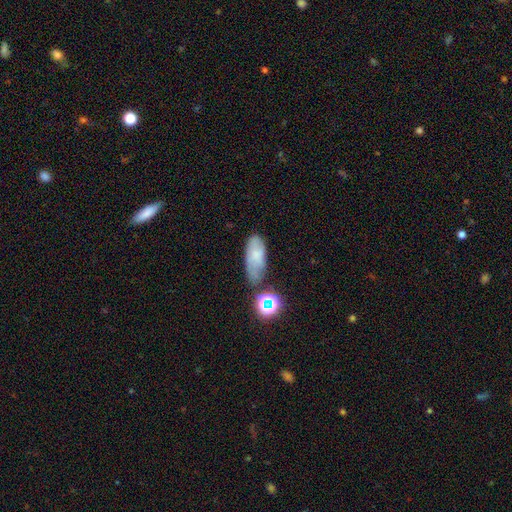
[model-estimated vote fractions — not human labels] Smooth or featured? smooth (59%)
How rounded? in between (84%)
Merging? none (48%)